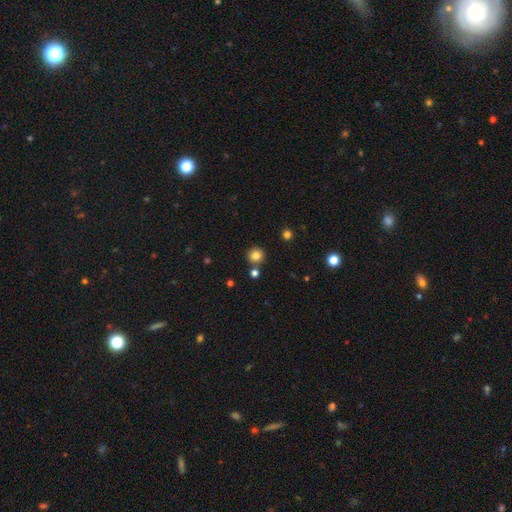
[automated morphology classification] This is clearly a smooth galaxy (82%). How rounded: clearly round (94%). Merging: clearly none (85%).